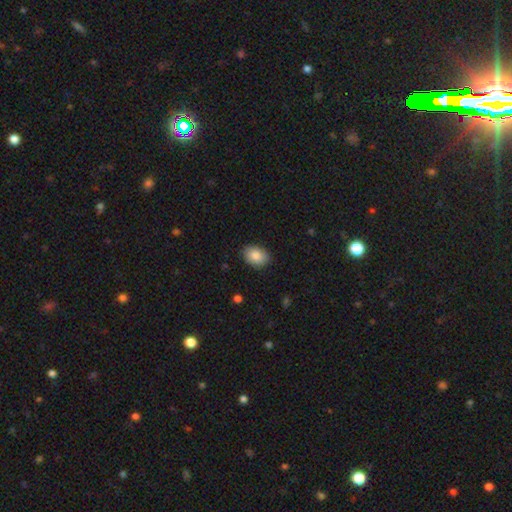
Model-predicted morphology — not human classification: smooth_or_featured: smooth (p=0.88) [alt: star or artifact p=0.07]
how_rounded: in between (p=0.80) [alt: round p=0.19]
merging: none (p=0.88) [alt: minor disturbance p=0.09]